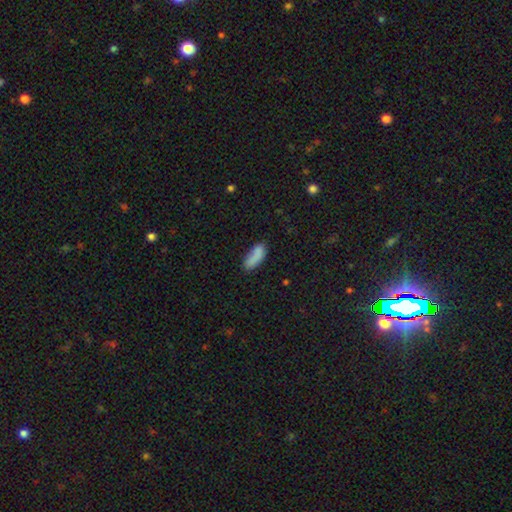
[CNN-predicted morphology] A smooth galaxy with no disk features (84%) that is in between round and cigar-shaped (74%). Merging: none (63%).